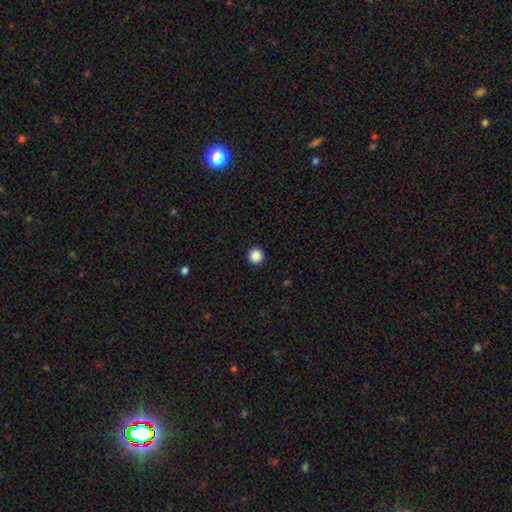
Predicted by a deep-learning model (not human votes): Q: Smooth or featured?
A: smooth (87%); runner-up: star or artifact (10%)
Q: How rounded?
A: round (96%); runner-up: in between (3%)
Q: Merging?
A: none (93%); runner-up: minor disturbance (4%)